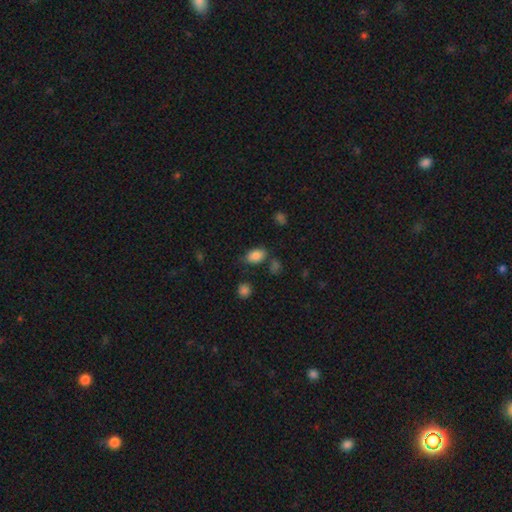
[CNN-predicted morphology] Smooth or featured?
  - smooth: 85% *
  - star or artifact: 9%
  - featured or disk: 6%
How rounded?
  - in between: 89% *
  - round: 10%
  - cigar-shaped: 2%
Merging?
  - none: 72% *
  - minor disturbance: 17%
  - merger: 6%
  - major disturbance: 5%